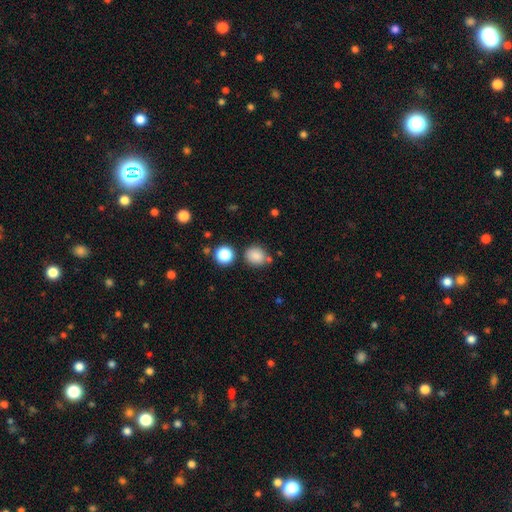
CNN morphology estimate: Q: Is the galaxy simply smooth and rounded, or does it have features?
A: smooth — 84%.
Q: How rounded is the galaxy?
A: round — 64%.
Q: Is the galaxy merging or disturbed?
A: none — 71%.